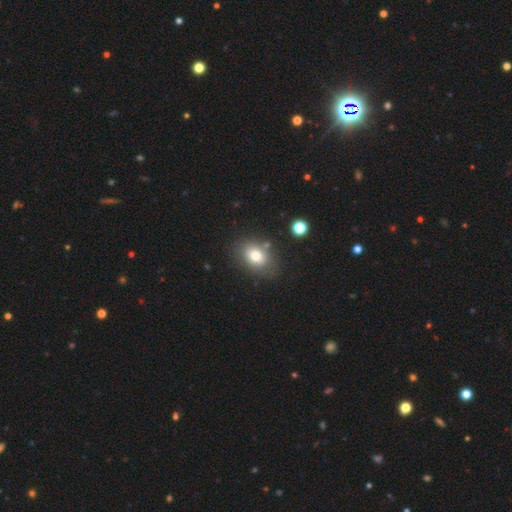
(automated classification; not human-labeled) Smooth or featured? Predicted: smooth (p=0.76). How rounded? Predicted: in between (p=0.70). Merging? Predicted: none (p=0.74).